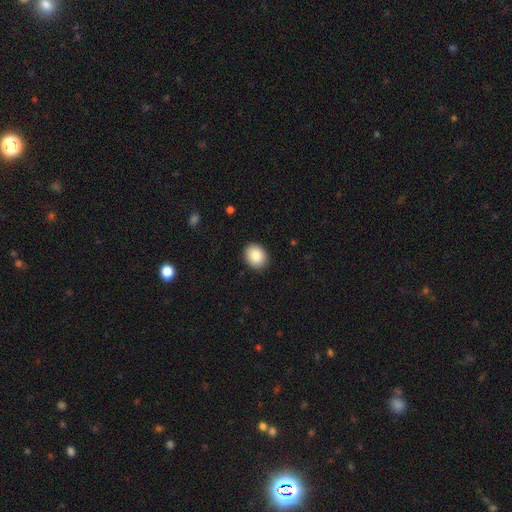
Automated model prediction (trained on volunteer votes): smooth 87%, star or artifact 8%, featured or disk 5%. Down the decision tree: how rounded — round (53%); merging — none (90%).